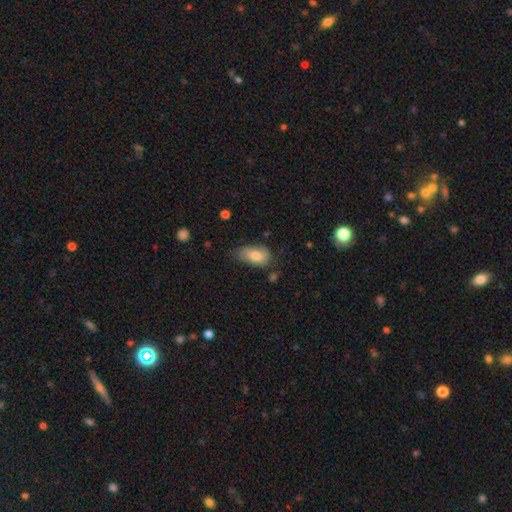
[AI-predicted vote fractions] Smooth or featured? smooth (76%)
How rounded? in between (91%)
Merging? none (47%)